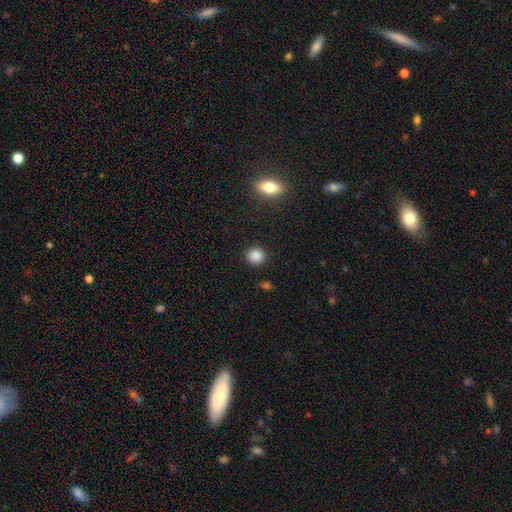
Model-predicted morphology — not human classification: Smooth or featured? smooth (87%)
How rounded? round (91%)
Merging? none (91%)